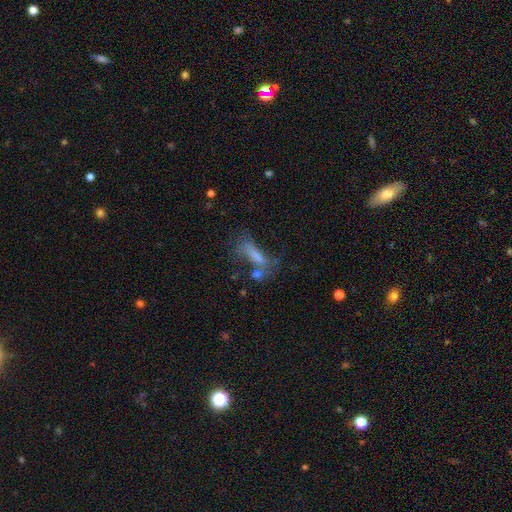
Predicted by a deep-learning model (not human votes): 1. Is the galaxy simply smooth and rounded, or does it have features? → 52% smooth, 31% featured or disk, 18% star or artifact.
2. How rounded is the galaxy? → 55% cigar-shaped, 41% in between, 4% round.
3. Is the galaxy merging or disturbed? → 36% none, 26% major disturbance, 20% minor disturbance, 18% merger.